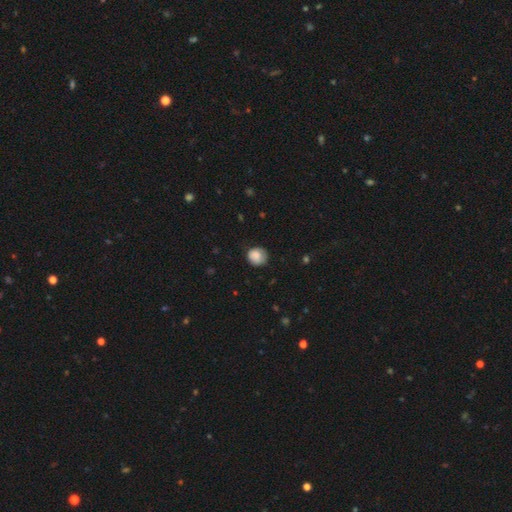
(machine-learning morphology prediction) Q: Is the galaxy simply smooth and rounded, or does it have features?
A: smooth — 85%.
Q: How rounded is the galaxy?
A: round — 82%.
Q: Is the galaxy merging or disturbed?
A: none — 71%.